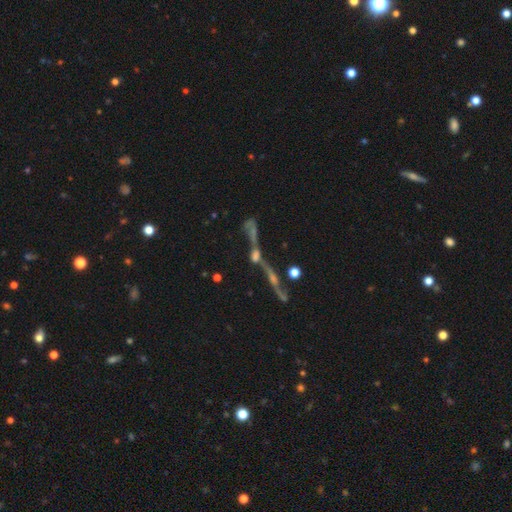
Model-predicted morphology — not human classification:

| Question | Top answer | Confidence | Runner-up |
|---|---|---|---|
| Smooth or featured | featured or disk | 58% | star or artifact (22%) |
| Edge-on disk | no | 56% | yes (44%) |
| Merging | merger | 60% | none (21%) |